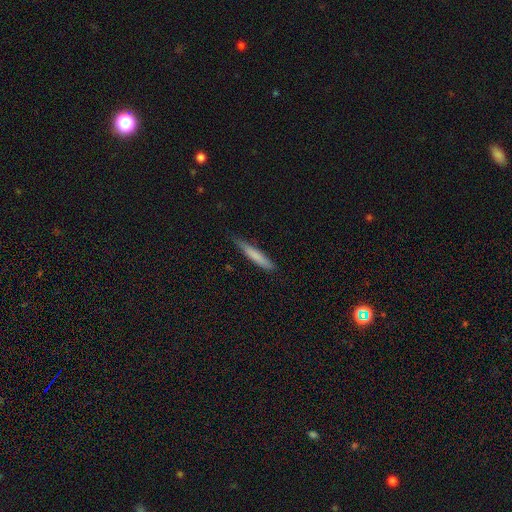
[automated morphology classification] Smooth or featured? Predicted: smooth (p=0.74). How rounded? Predicted: cigar-shaped (p=0.94). Merging? Predicted: none (p=0.77).